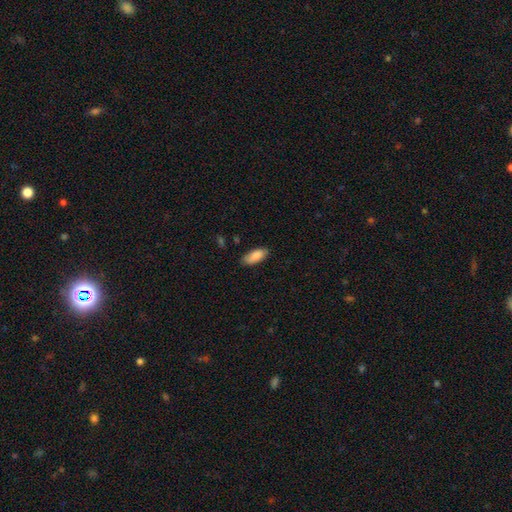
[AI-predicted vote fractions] Q: Smooth or featured?
A: smooth (87%); runner-up: featured or disk (7%)
Q: How rounded?
A: in between (86%); runner-up: cigar-shaped (12%)
Q: Merging?
A: none (82%); runner-up: minor disturbance (15%)